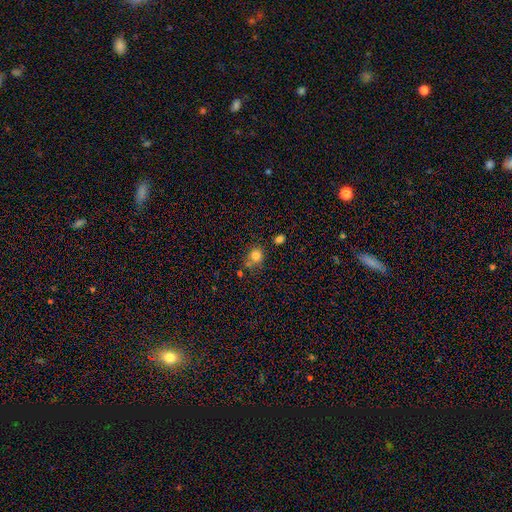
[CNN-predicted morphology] Smooth or featured? smooth (81%)
How rounded? round (84%)
Merging? none (65%)